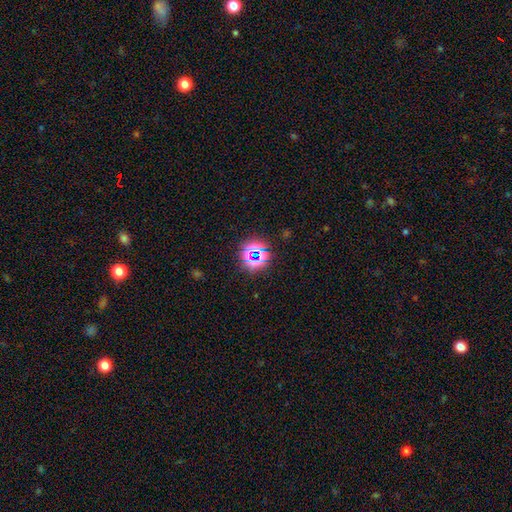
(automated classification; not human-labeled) This is likely a star or artifact rather than a galaxy (65%).